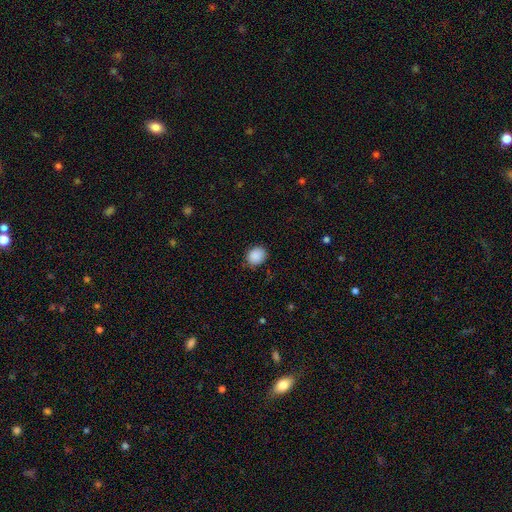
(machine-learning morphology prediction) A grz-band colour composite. It shows a smooth galaxy with no disk features (89%) that is round (61%). Merging: none (83%).